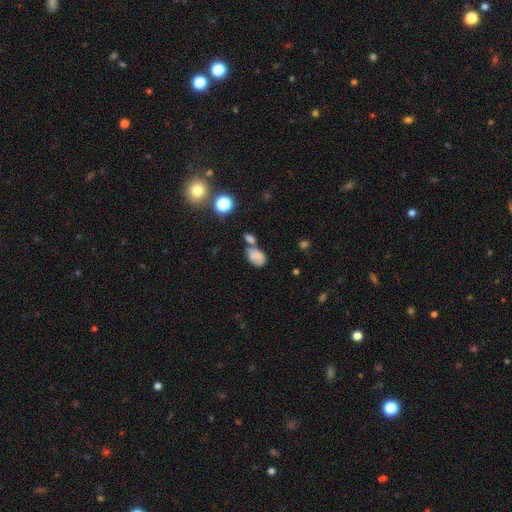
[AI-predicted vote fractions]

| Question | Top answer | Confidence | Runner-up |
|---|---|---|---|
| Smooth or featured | smooth | 72% | featured or disk (15%) |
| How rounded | in between | 85% | round (14%) |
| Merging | merger | 37% | none (35%) |